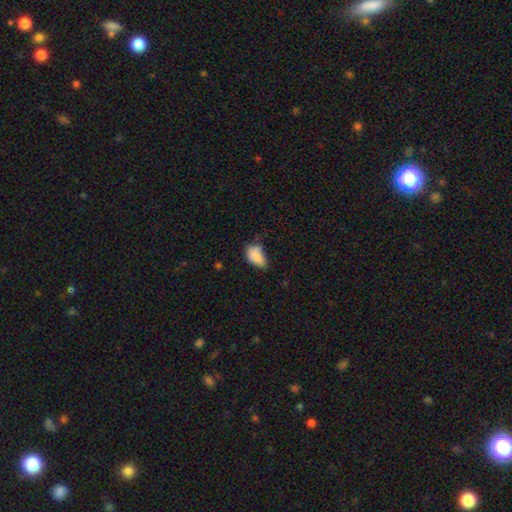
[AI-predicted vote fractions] The model was most divided on "merging": minor disturbance: 40%, none: 35%, major disturbance: 19%, merger: 5%. More confident: how rounded — in between (91%); smooth or featured — smooth (83%).